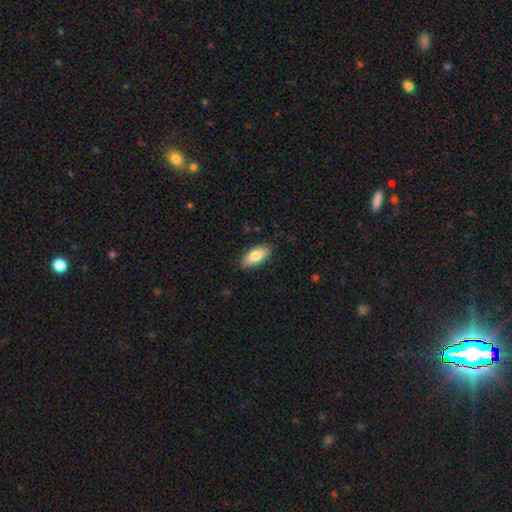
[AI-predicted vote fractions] smooth 81%, featured or disk 12%, star or artifact 6%. Down the decision tree: how rounded — in between (87%); merging — none (86%).